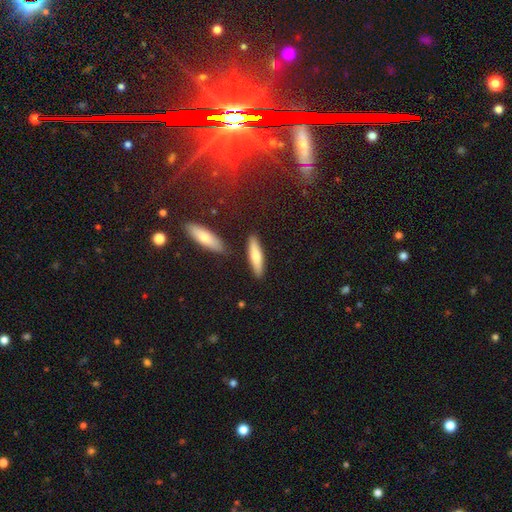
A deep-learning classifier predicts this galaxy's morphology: smooth 74%, featured or disk 21%, star or artifact 5%. Down the decision tree: how rounded — cigar-shaped (73%); merging — none (83%).